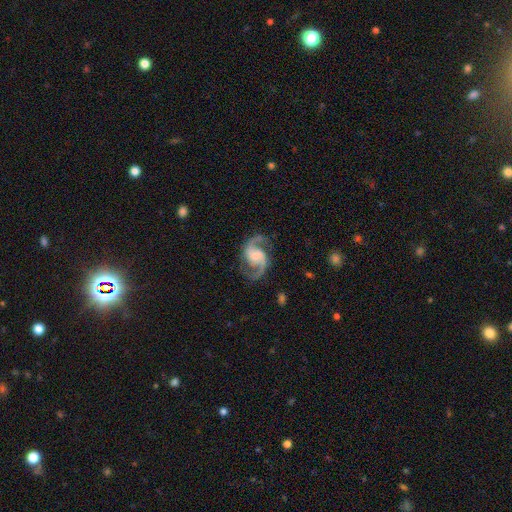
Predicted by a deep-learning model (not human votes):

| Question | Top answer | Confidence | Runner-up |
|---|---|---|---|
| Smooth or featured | featured or disk | 93% | star or artifact (4%) |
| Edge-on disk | no | 98% | yes (2%) |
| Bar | weak | 46% | no (38%) |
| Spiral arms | yes | 98% | no (2%) |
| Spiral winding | medium | 58% | loose (32%) |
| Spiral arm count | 2 | 94% | 3 (1%) |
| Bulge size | none | 35% | moderate (26%) |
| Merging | none | 80% | minor disturbance (13%) |